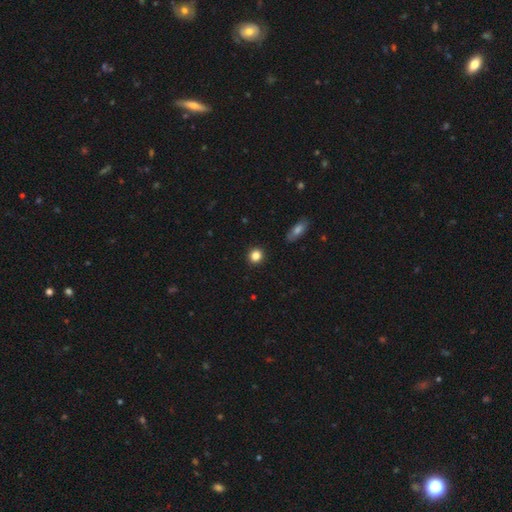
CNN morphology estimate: A smooth galaxy with no disk features (84%) that is round (88%). Merging: none (92%).